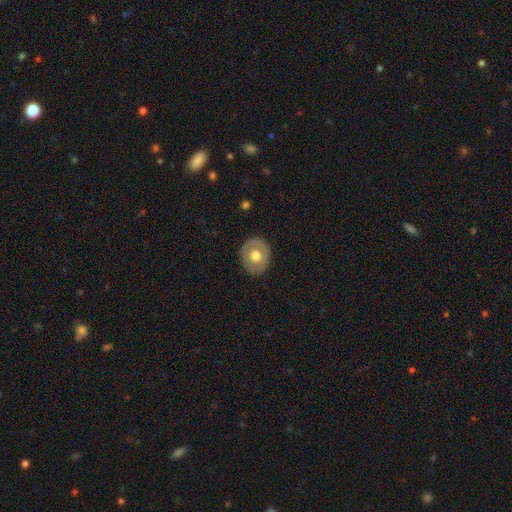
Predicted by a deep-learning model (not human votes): smooth_or_featured: smooth (p=0.58) [alt: featured or disk p=0.36]
how_rounded: round (p=0.69) [alt: in between p=0.30]
merging: none (p=0.86) [alt: minor disturbance p=0.10]